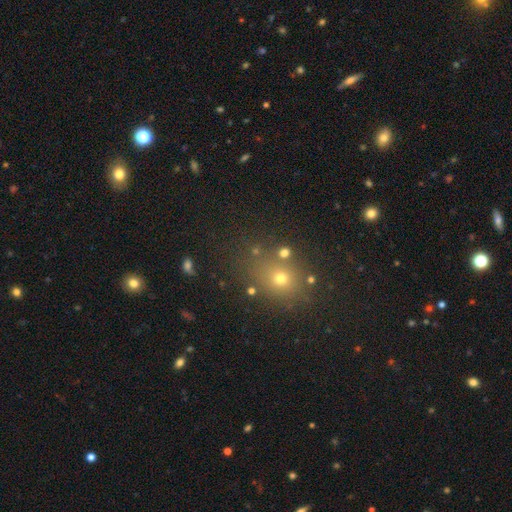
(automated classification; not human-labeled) This is possibly a smooth galaxy (58%). How rounded: likely round (69%). Merging: likely none (77%).